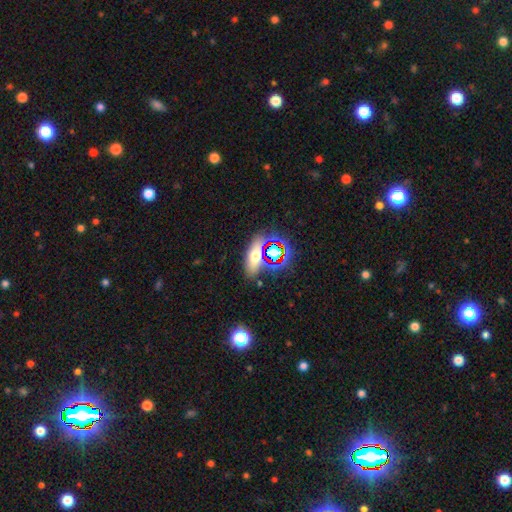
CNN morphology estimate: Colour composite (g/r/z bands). It shows a smooth galaxy with no disk features (54%) that is in between round and cigar-shaped (68%). Merging: none (73%).